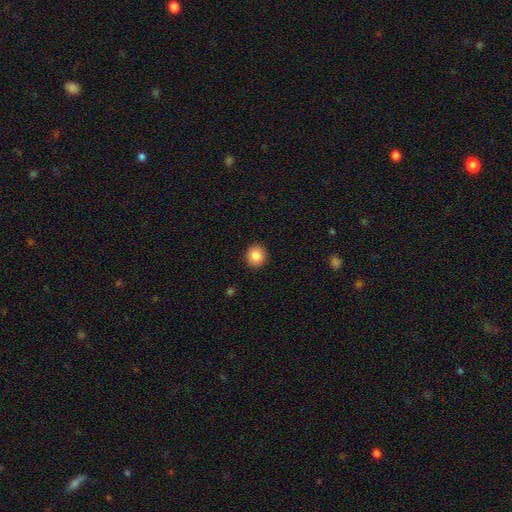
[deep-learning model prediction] Smooth or featured: smooth — 87% (star or artifact — 9%)
How rounded: round — 87% (in between — 12%)
Merging: none — 92% (minor disturbance — 5%)